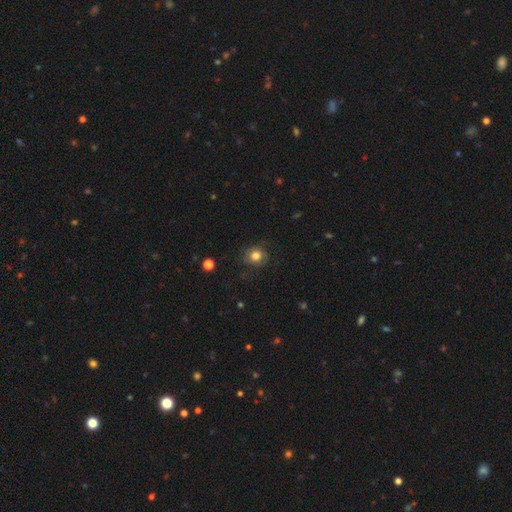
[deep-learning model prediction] A smooth galaxy with no disk features (78%) that is round (84%).

Vote fractions:
- Smooth or featured? smooth: 78% / featured or disk: 12% / star or artifact: 10%
- How rounded? round: 84% / in between: 15% / cigar-shaped: 1%
- Merging? none: 77% / minor disturbance: 15% / major disturbance: 6% / merger: 1%